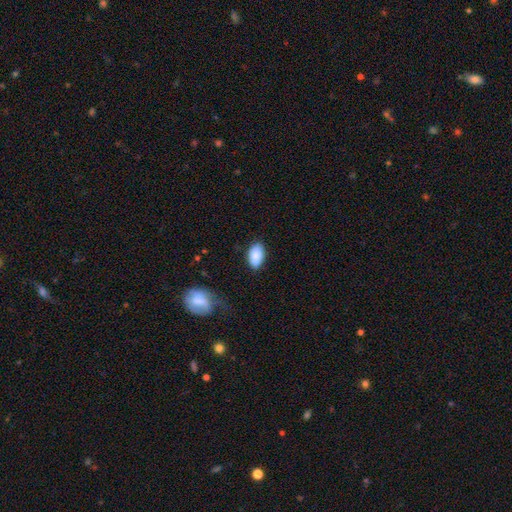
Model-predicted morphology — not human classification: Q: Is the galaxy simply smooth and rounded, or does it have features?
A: smooth — 87%.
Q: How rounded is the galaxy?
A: in between — 93%.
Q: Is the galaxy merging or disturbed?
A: none — 79%.